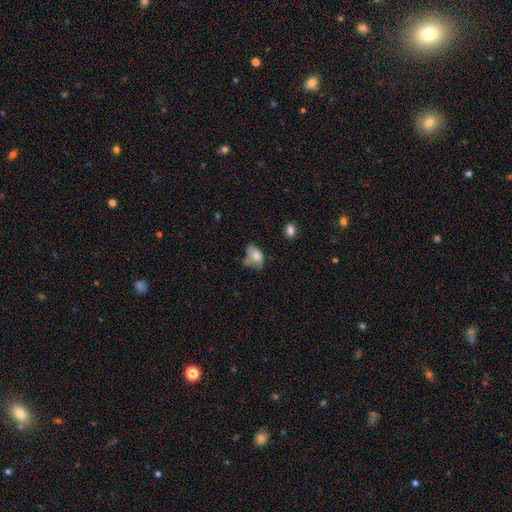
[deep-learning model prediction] Morphology: type=smooth (71%); roundness=in between (82%); merging=none (35%).